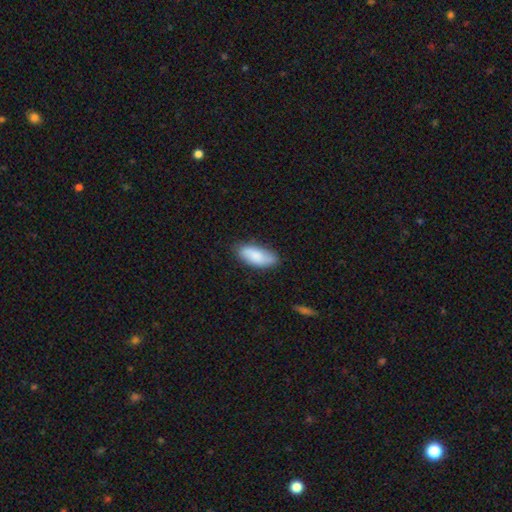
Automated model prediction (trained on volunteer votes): Morphology: type=smooth (80%); roundness=in between (83%); merging=none (78%).